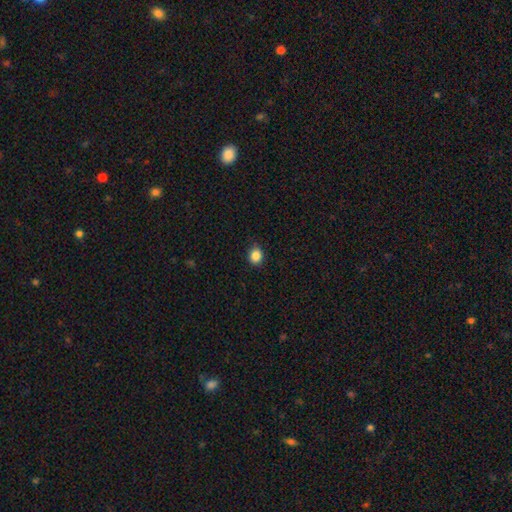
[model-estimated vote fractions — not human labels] smooth 86%, star or artifact 10%, featured or disk 3%. Down the decision tree: how rounded — round (64%); merging — none (83%).